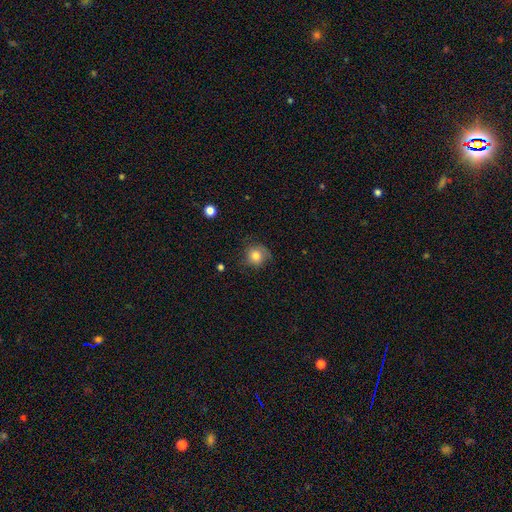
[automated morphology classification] type=smooth (77%); roundness=round (86%); merging=none (68%).